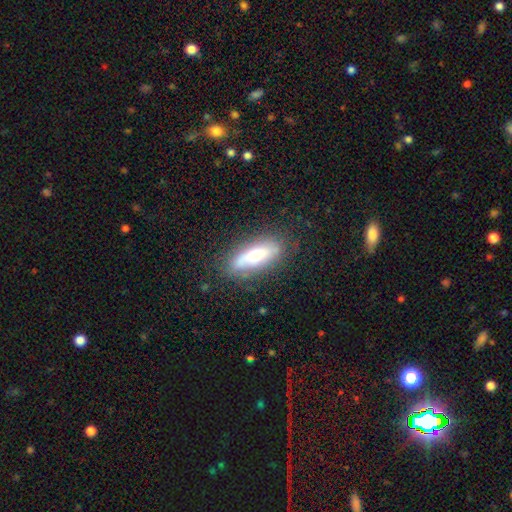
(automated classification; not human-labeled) Smooth or featured? Predicted: smooth (p=0.53). How rounded? Predicted: in between (p=0.57). Merging? Predicted: none (p=0.80).